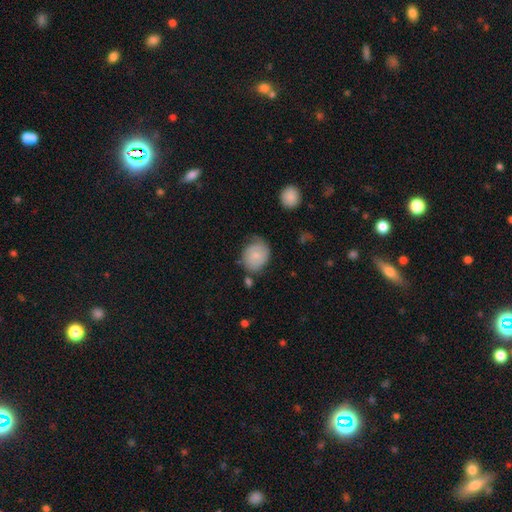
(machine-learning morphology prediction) Smooth or featured: smooth — 55% (featured or disk — 38%)
How rounded: round — 59% (in between — 40%)
Merging: none — 56% (minor disturbance — 30%)